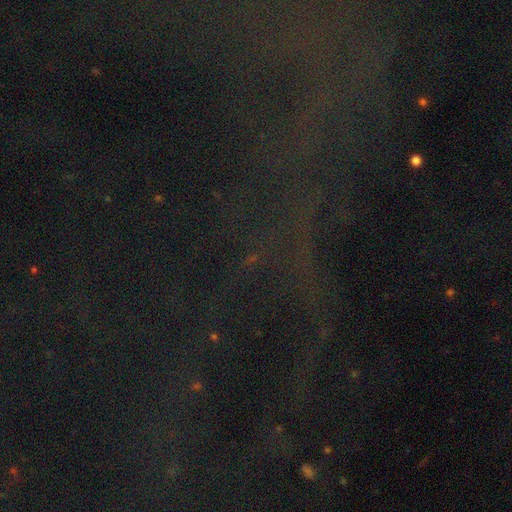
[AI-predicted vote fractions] This appears to be a star or artifact, not a galaxy (77%).